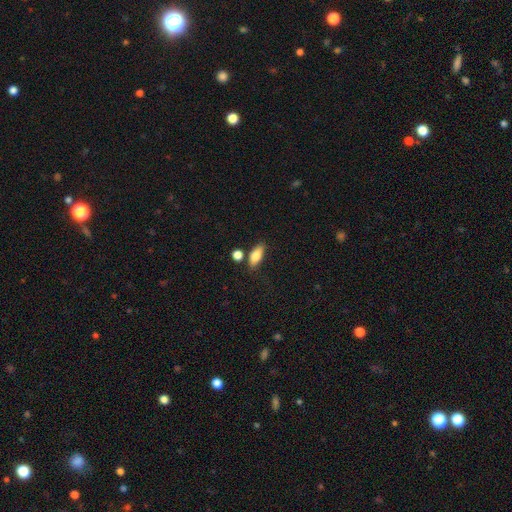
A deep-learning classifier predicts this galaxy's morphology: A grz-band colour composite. It shows a smooth galaxy with no disk features (82%) that is in between round and cigar-shaped (82%). Merging: none (70%).